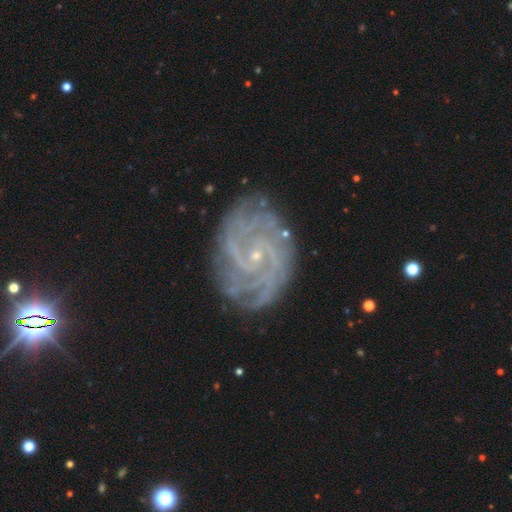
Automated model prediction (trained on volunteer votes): Smooth or featured?
  - featured or disk: 89% *
  - star or artifact: 6%
  - smooth: 4%
Edge-on disk?
  - no: 98% *
  - yes: 2%
Bar?
  - no: 53% *
  - weak: 36%
  - strong: 10%
Spiral arms?
  - yes: 98% *
  - no: 2%
Spiral winding?
  - tight: 64% *
  - medium: 30%
  - loose: 7%
Spiral arm count?
  - 2: 23% *
  - can't tell: 22%
  - 3: 17%
  - 4: 17%
  - more than 4: 12%
  - 1: 9%
Bulge size?
  - small: 86% *
  - moderate: 9%
  - none: 3%
  - large: 1%
  - dominant: 1%
Merging?
  - none: 79% *
  - minor disturbance: 14%
  - major disturbance: 5%
  - merger: 2%